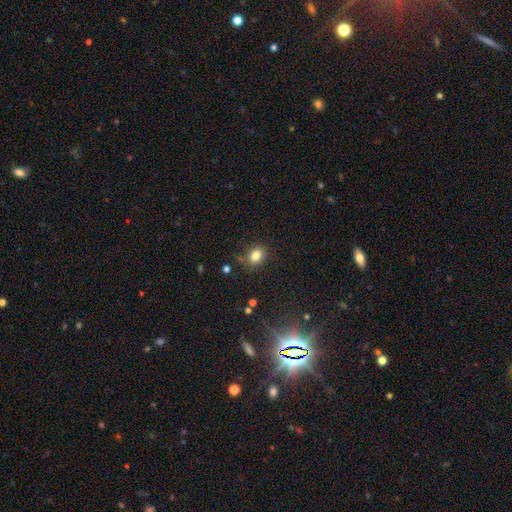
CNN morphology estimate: smooth_or_featured: smooth (p=0.80) [alt: star or artifact p=0.12]
how_rounded: in between (p=0.55) [alt: round p=0.44]
merging: none (p=0.80) [alt: minor disturbance p=0.13]